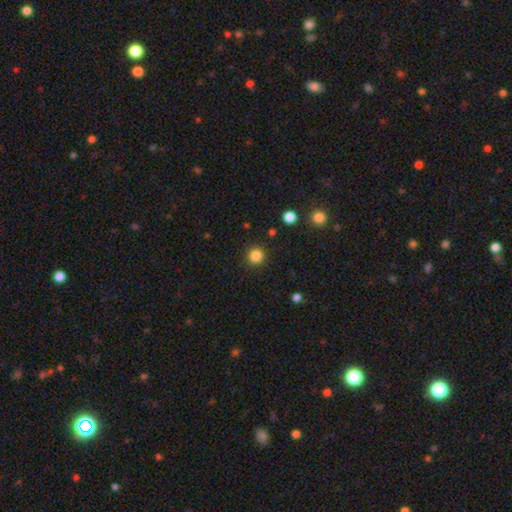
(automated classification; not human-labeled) Q: Smooth or featured?
A: smooth (85%); runner-up: star or artifact (12%)
Q: How rounded?
A: round (93%); runner-up: in between (6%)
Q: Merging?
A: none (90%); runner-up: minor disturbance (6%)